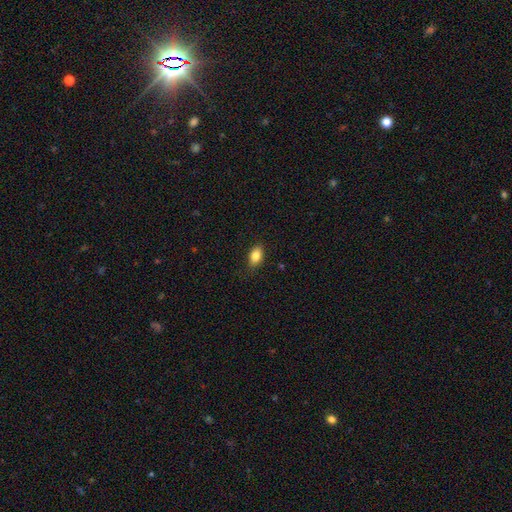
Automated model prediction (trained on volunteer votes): Smooth or featured? smooth (83%)
How rounded? in between (87%)
Merging? none (86%)